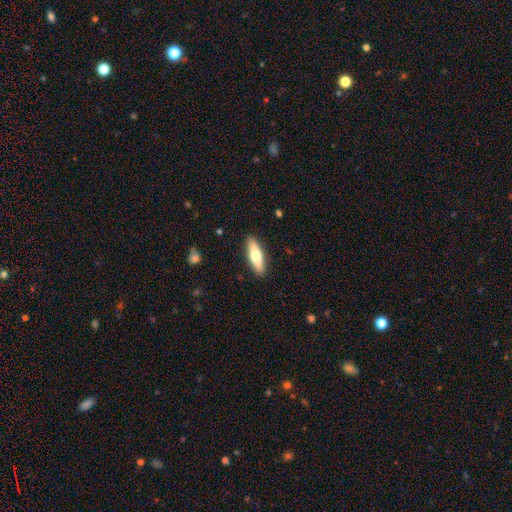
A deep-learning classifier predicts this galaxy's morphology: smooth-or-featured: smooth: 62% | featured or disk: 32% | star or artifact: 6%
  how-rounded: cigar-shaped: 56% | in between: 42% | round: 2%
  merging: none: 89% | minor disturbance: 8% | major disturbance: 2% | merger: 1%